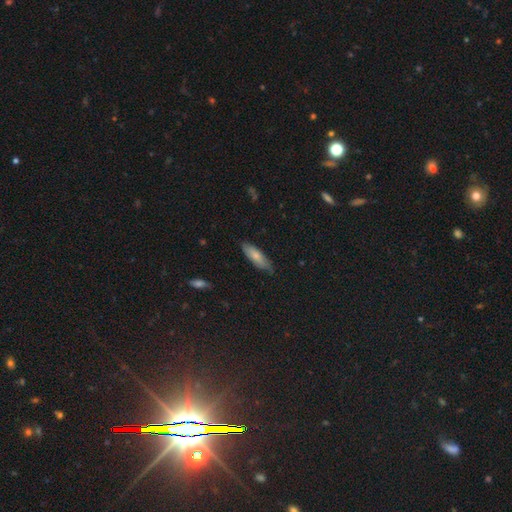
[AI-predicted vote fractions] smooth-or-featured: smooth: 75% | featured or disk: 20% | star or artifact: 6%
  how-rounded: in between: 50% | cigar-shaped: 48% | round: 2%
  merging: none: 80% | minor disturbance: 17% | major disturbance: 2% | merger: 1%